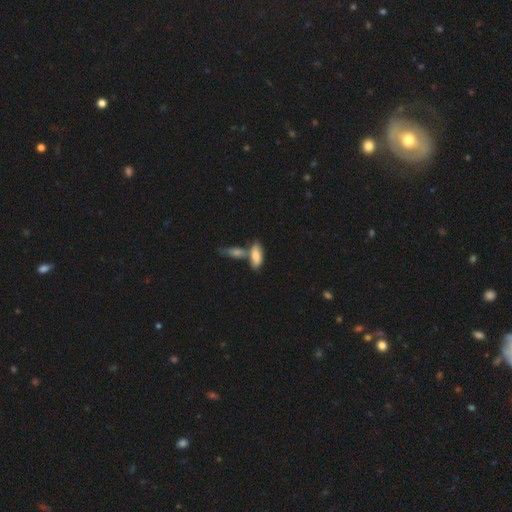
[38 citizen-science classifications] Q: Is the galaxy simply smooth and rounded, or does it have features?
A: smooth — 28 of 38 (74%).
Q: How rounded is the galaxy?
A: in between — 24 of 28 (86%).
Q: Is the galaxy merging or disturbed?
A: none — 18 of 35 (51%).